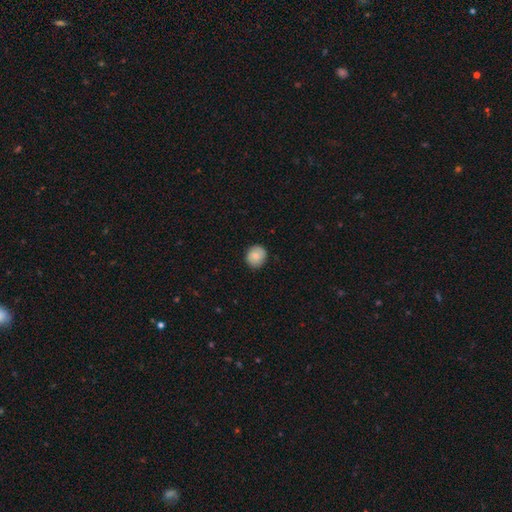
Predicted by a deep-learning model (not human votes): The model was most divided on "how rounded": round: 79%, in between: 20%, cigar-shaped: 1%. More confident: merging — none (87%); smooth or featured — smooth (79%).